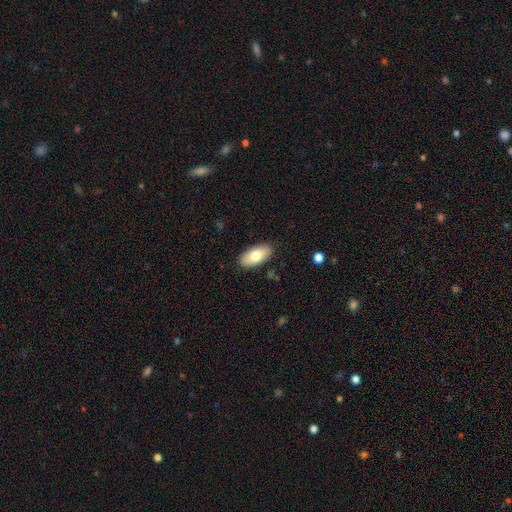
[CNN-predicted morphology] Q: Smooth or featured?
A: smooth (78%); runner-up: featured or disk (16%)
Q: How rounded?
A: in between (94%); runner-up: cigar-shaped (4%)
Q: Merging?
A: none (88%); runner-up: minor disturbance (9%)